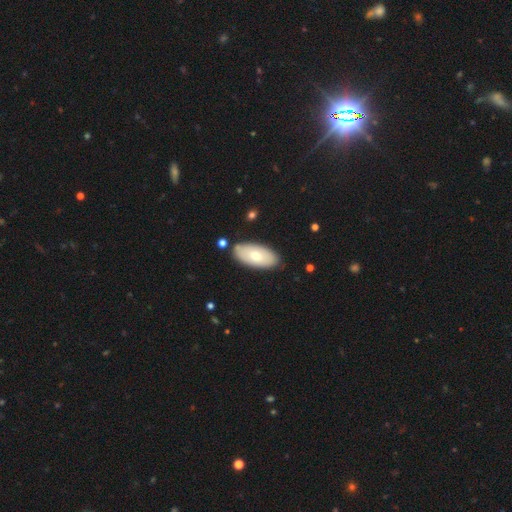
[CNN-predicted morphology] Smooth or featured?
  - smooth: 69% *
  - featured or disk: 26%
  - star or artifact: 5%
How rounded?
  - in between: 93% *
  - cigar-shaped: 5%
  - round: 2%
Merging?
  - none: 83% *
  - minor disturbance: 12%
  - merger: 3%
  - major disturbance: 2%